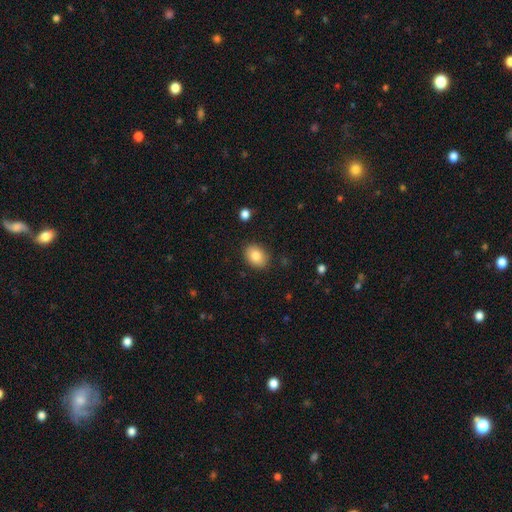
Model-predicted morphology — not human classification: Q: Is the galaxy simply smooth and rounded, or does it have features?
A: smooth — 84%.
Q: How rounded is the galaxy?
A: in between — 65%.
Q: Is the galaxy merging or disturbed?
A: none — 86%.